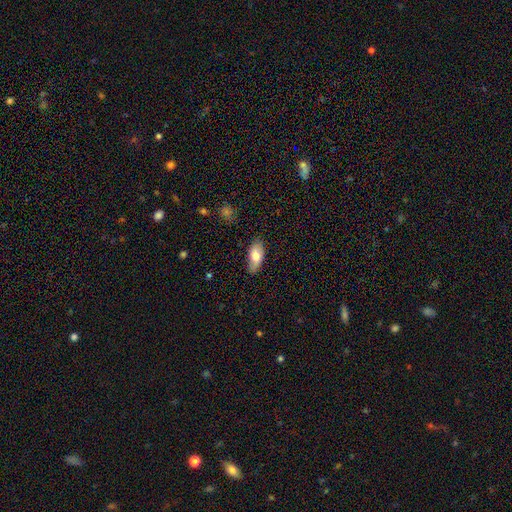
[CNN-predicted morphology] type=smooth (75%); roundness=in between (88%); merging=none (77%).